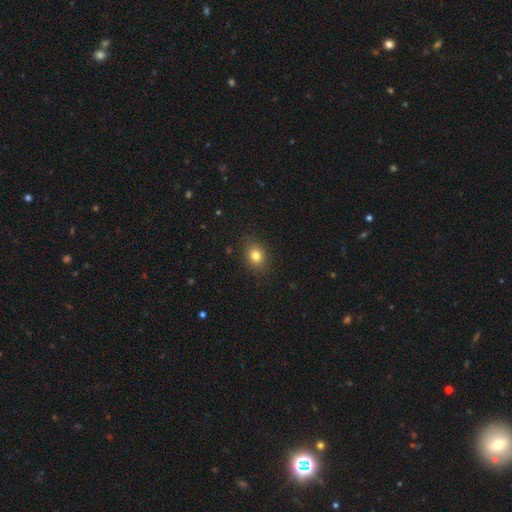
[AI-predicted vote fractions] This is clearly a smooth galaxy (81%). How rounded: possibly round (56%). Merging: clearly none (87%).